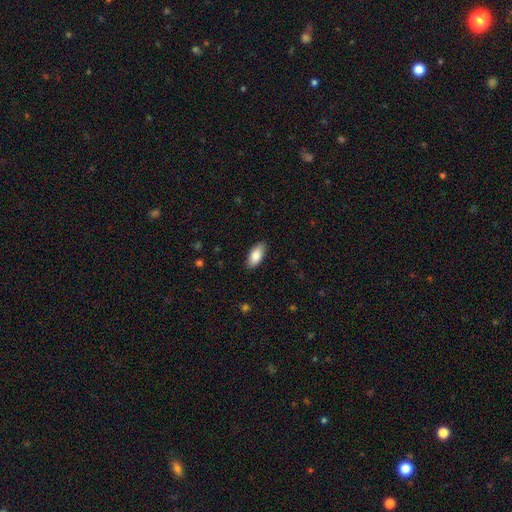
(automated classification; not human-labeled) The model was most divided on "smooth or featured": smooth: 84%, featured or disk: 10%, star or artifact: 6%. More confident: how rounded — in between (88%); merging — none (88%).